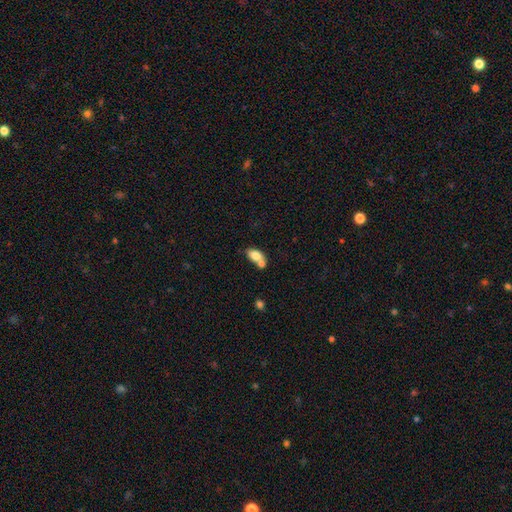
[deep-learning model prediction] Smooth or featured? Predicted: smooth (p=0.78). How rounded? Predicted: in between (p=0.87). Merging? Predicted: merger (p=0.47).